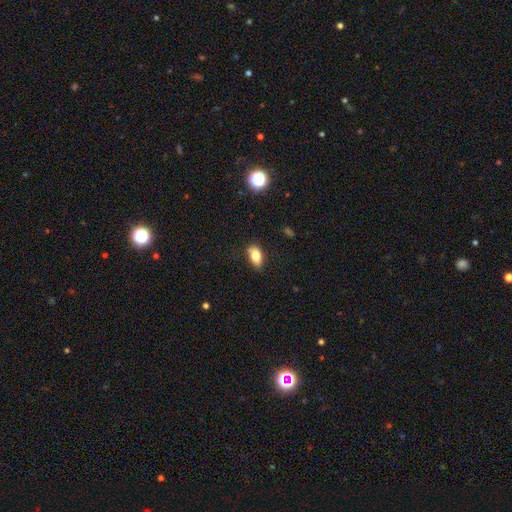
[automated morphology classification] This appears to be a smooth galaxy with no disk features (77%) that is in between round and cigar-shaped (87%). Merging: none (76%).